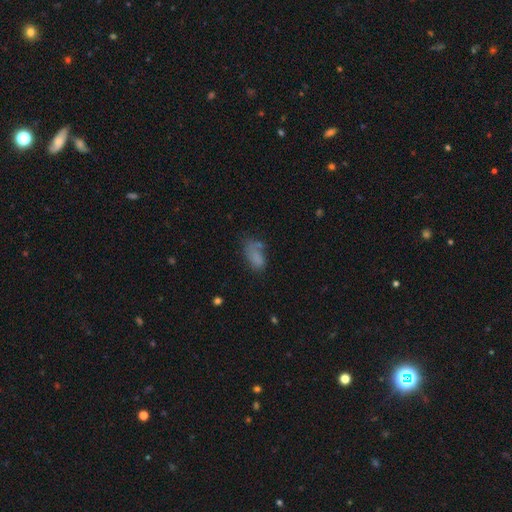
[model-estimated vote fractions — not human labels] A smooth galaxy with no disk features (74%) that is in between round and cigar-shaped (87%).

Vote fractions:
- Smooth or featured? smooth: 74% / featured or disk: 13% / star or artifact: 13%
- How rounded? in between: 87% / cigar-shaped: 8% / round: 5%
- Merging? none: 44% / minor disturbance: 25% / major disturbance: 18% / merger: 13%